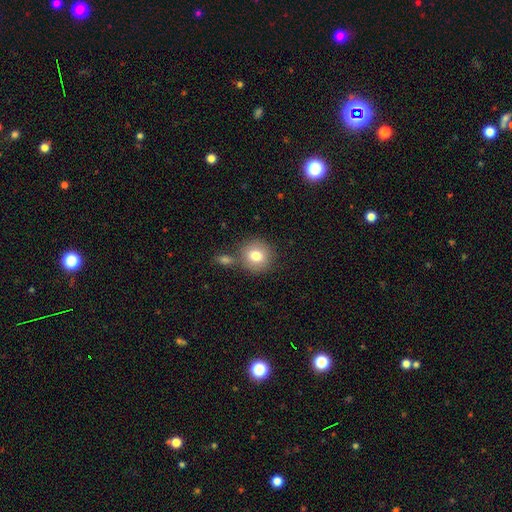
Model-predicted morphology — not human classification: Smooth or featured: smooth — 79% (featured or disk — 12%)
How rounded: round — 89% (in between — 10%)
Merging: none — 70% (merger — 16%)